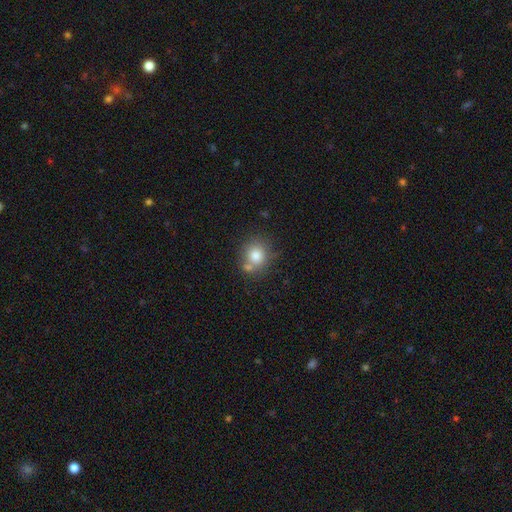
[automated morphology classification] smooth_or_featured: smooth (p=0.78) [alt: featured or disk p=0.11]
how_rounded: round (p=0.80) [alt: in between p=0.19]
merging: none (p=0.60) [alt: merger p=0.20]